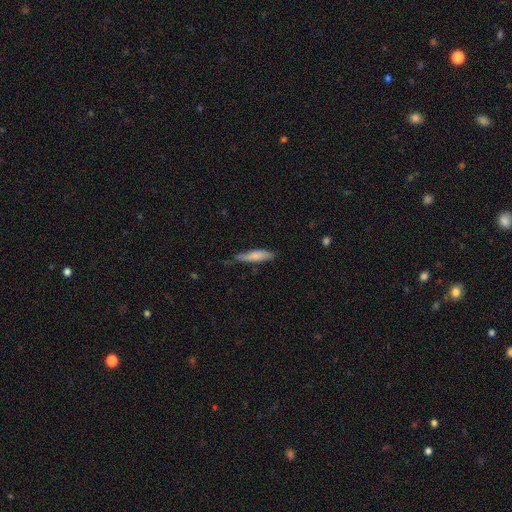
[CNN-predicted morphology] smooth_or_featured: smooth (p=0.78) [alt: featured or disk p=0.16]
how_rounded: cigar-shaped (p=0.74) [alt: in between p=0.24]
merging: none (p=0.58) [alt: minor disturbance p=0.33]